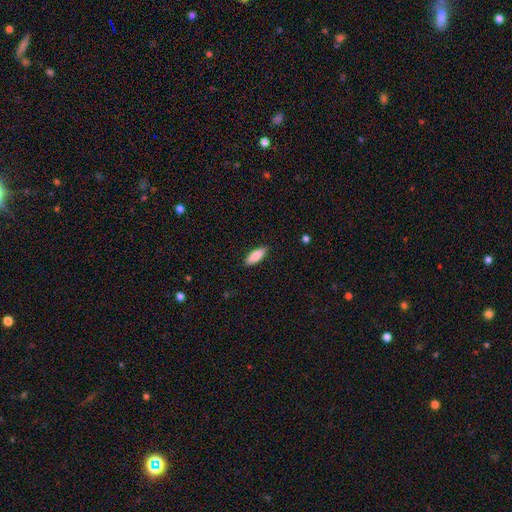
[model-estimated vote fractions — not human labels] smooth 84%, featured or disk 10%, star or artifact 6%. Down the decision tree: how rounded — in between (71%); merging — none (87%).